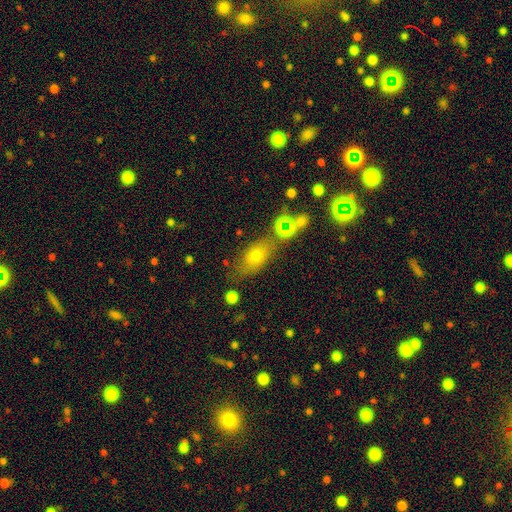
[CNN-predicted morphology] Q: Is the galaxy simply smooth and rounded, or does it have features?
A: smooth — 66%.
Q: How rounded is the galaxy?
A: in between — 76%.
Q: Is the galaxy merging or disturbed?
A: none — 63%.